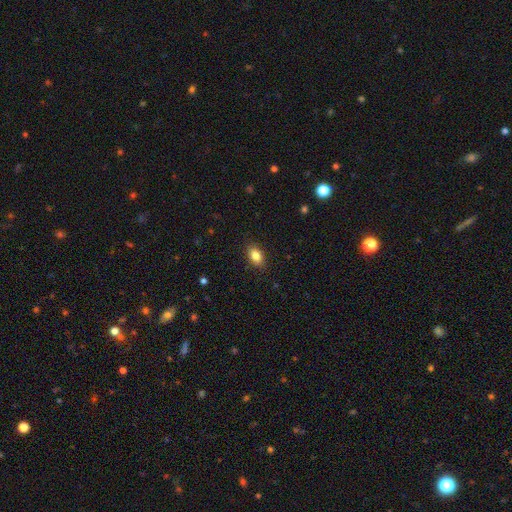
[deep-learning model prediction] Smooth or featured: smooth — 85% (star or artifact — 8%)
How rounded: in between — 88% (round — 10%)
Merging: none — 88% (minor disturbance — 8%)